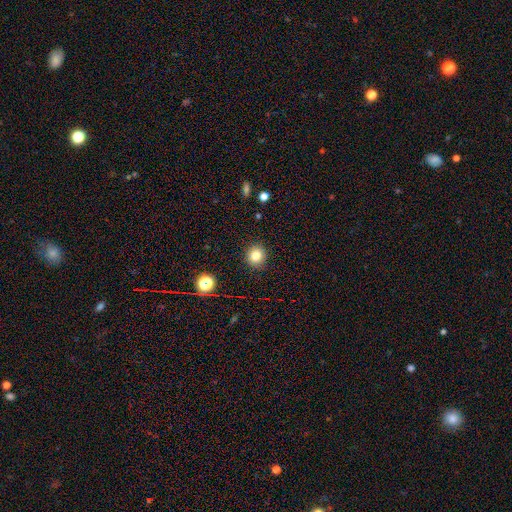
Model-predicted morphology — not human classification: A smooth galaxy with no disk features (80%) that is round (90%).

Vote fractions:
- Smooth or featured? smooth: 80% / star or artifact: 13% / featured or disk: 7%
- How rounded? round: 90% / in between: 9% / cigar-shaped: 1%
- Merging? none: 91% / minor disturbance: 6% / major disturbance: 2% / merger: 1%